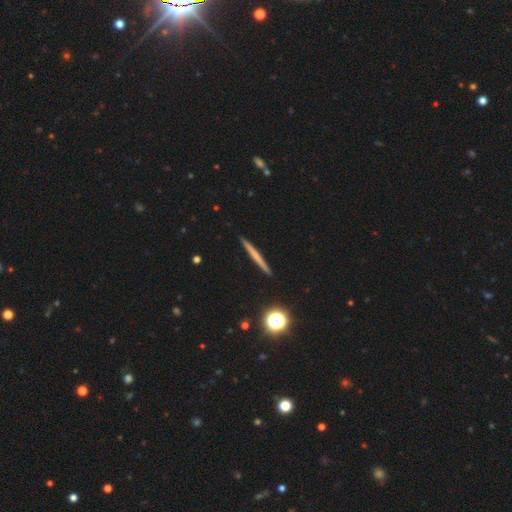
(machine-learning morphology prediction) smooth-or-featured: featured or disk: 49% | smooth: 43% | star or artifact: 8%
  merging: none: 92% | minor disturbance: 5% | merger: 1% | major disturbance: 1%